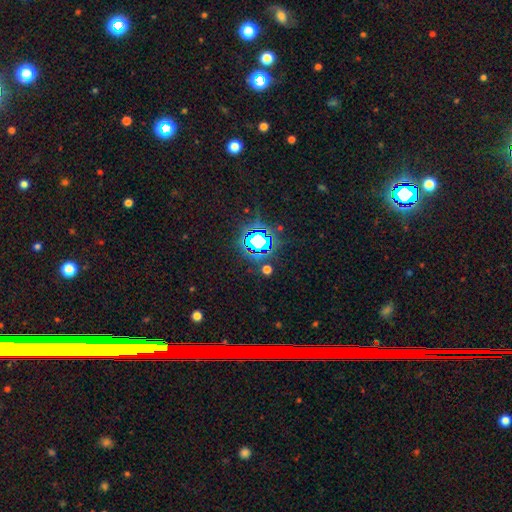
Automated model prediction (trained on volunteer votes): Q: Smooth or featured?
A: star or artifact (78%); runner-up: smooth (13%)